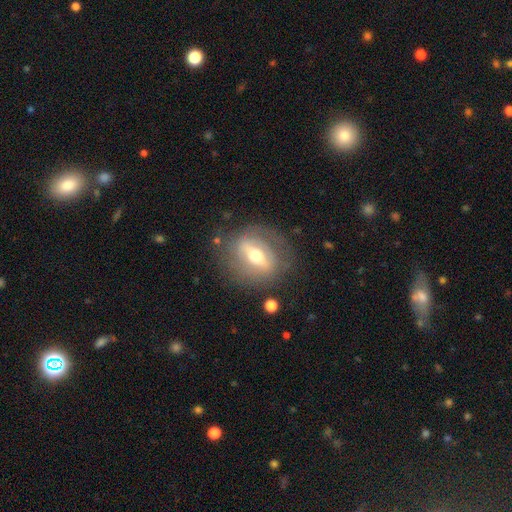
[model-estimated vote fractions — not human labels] featured or disk 69%, smooth 23%, star or artifact 7%. Down the decision tree: edge-on disk — no (77%); bar — strong (64%); spiral arms — no (62%); bulge size — moderate (71%); merging — none (75%).